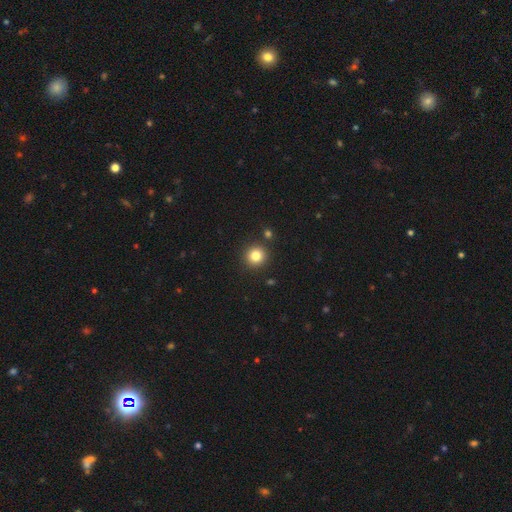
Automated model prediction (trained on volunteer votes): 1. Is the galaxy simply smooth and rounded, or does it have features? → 82% smooth, 12% star or artifact, 6% featured or disk.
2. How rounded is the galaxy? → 93% round, 6% in between, 1% cigar-shaped.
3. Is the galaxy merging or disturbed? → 90% none, 5% minor disturbance, 3% merger, 2% major disturbance.